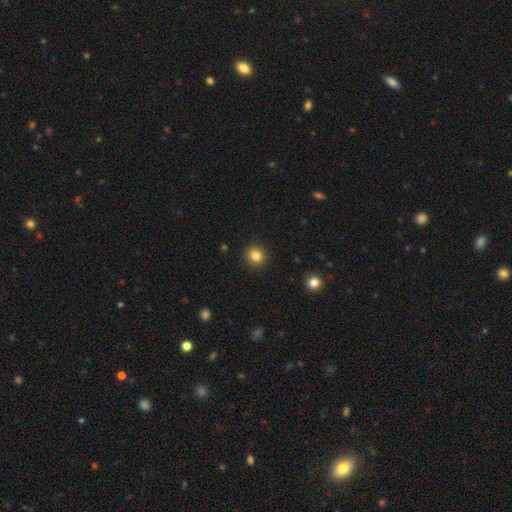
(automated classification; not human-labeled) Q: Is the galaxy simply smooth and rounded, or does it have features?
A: smooth — 83%.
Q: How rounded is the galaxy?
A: round — 89%.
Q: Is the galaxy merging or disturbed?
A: none — 92%.